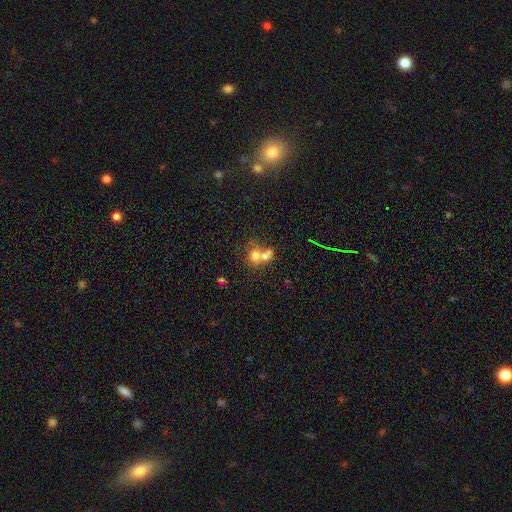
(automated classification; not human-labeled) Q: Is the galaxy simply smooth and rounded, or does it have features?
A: smooth — 68%.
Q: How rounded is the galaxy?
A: round — 63%.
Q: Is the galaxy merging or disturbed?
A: merger — 66%.